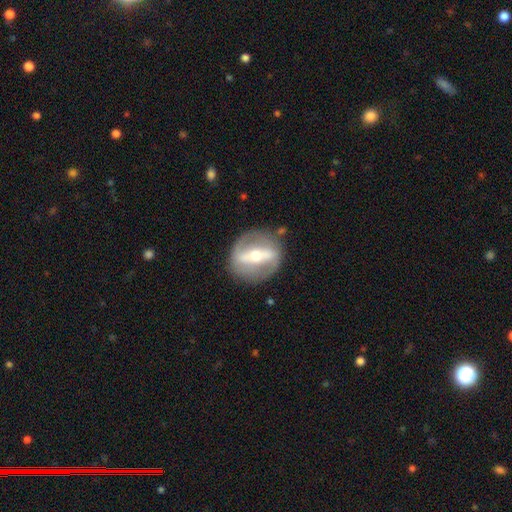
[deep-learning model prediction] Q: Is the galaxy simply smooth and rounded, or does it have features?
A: featured or disk — 78%.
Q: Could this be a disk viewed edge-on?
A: no — 85%.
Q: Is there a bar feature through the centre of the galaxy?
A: strong — 76%.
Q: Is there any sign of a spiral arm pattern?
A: yes — 50%, tied with no.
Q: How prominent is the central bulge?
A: moderate — 63%.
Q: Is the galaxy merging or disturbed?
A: none — 83%.